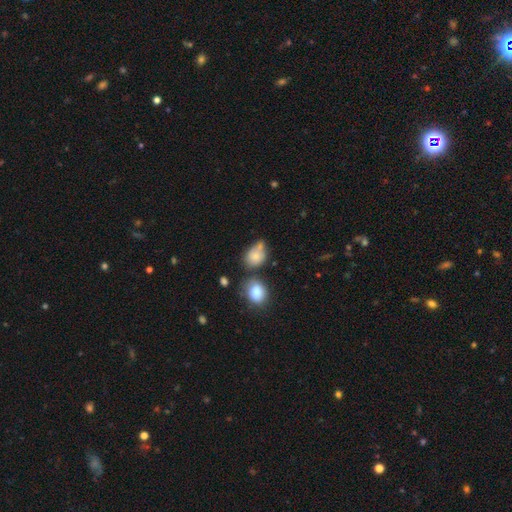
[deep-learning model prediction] Smooth or featured? Predicted: smooth (p=0.77). How rounded? Predicted: in between (p=0.60). Merging? Predicted: none (p=0.39).